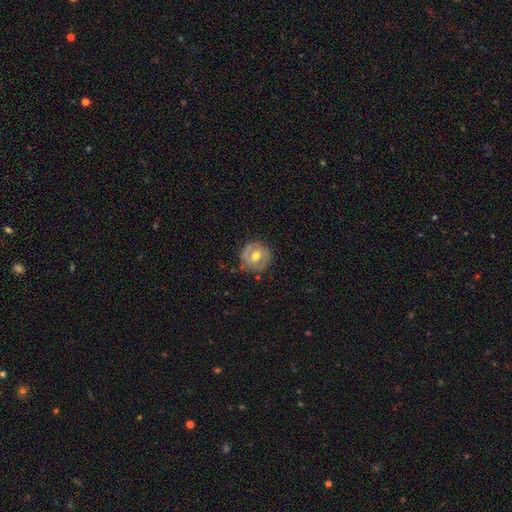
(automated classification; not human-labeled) This is possibly a featured or disk galaxy (54%). It is clearly not viewed edge-on (96%). Bar: marginally no (42%). Spiral arm pattern: possibly yes (51%). Central bulge: likely moderate (78%). Merging: likely none (79%).